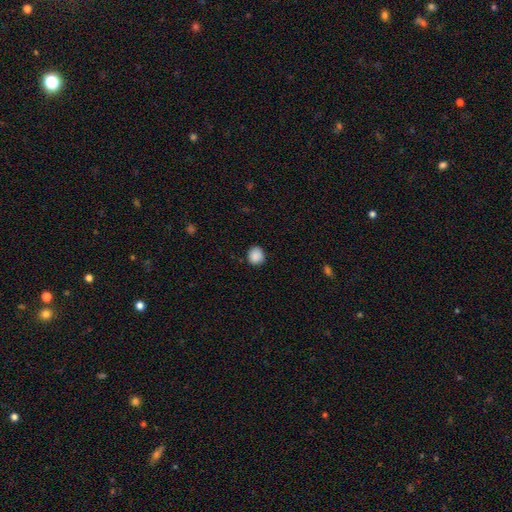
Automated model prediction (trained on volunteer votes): Smooth or featured?
  - smooth: 88% *
  - star or artifact: 9%
  - featured or disk: 3%
How rounded?
  - round: 82% *
  - in between: 17%
  - cigar-shaped: 1%
Merging?
  - none: 87% *
  - minor disturbance: 10%
  - major disturbance: 2%
  - merger: 1%